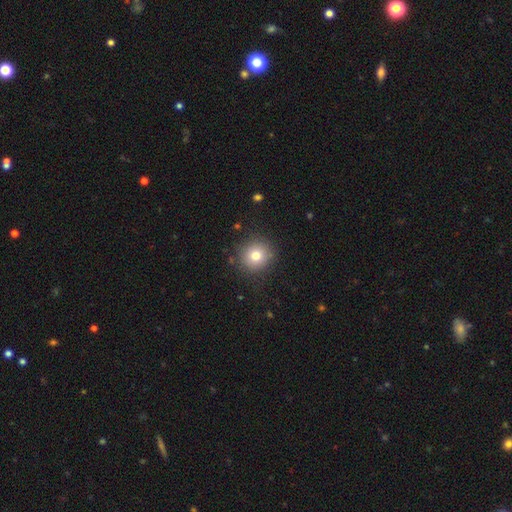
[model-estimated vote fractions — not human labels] Smooth or featured: smooth — 77% (star or artifact — 12%)
How rounded: round — 91% (in between — 8%)
Merging: none — 88% (minor disturbance — 8%)